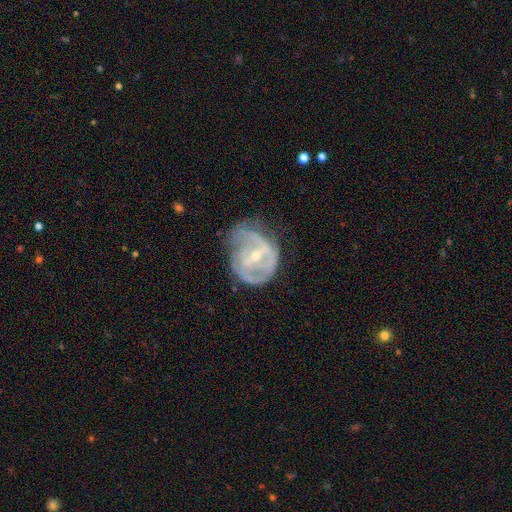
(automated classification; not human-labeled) A featured or disk galaxy (78%) with a weak bar (46%), 2 (42%) tight (46%) spiral arms (74%) and a small central bulge (58%).

Vote fractions:
- Smooth or featured? featured or disk: 78% / smooth: 15% / star or artifact: 7%
- Edge-on disk? no: 96% / yes: 4%
- Bar? weak: 46% / strong: 33% / no: 22%
- Spiral arms? yes: 74% / no: 26%
- Spiral winding? tight: 46% / medium: 37% / loose: 16%
- Spiral arm count? 2: 42% / can't tell: 34% / 3: 10% / 1: 9% / 4: 3% / more than 4: 2%
- Bulge size? small: 58% / moderate: 38% / none: 2% / large: 1% / dominant: 1%
- Merging? none: 44% / minor disturbance: 31% / major disturbance: 23% / merger: 2%